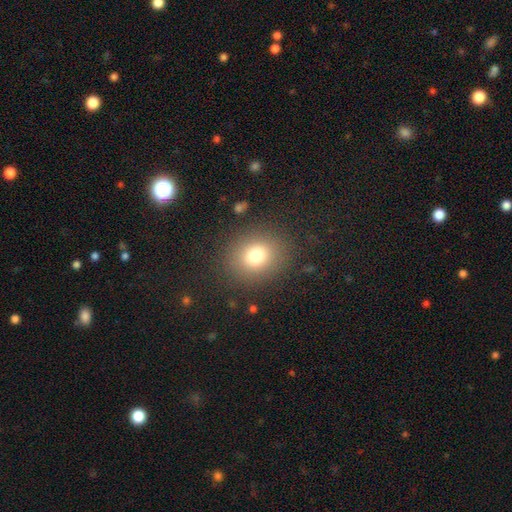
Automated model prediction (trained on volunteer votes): Overall: smooth (76%). How rounded: round (68%; in between 31%). Merging: none (85%).